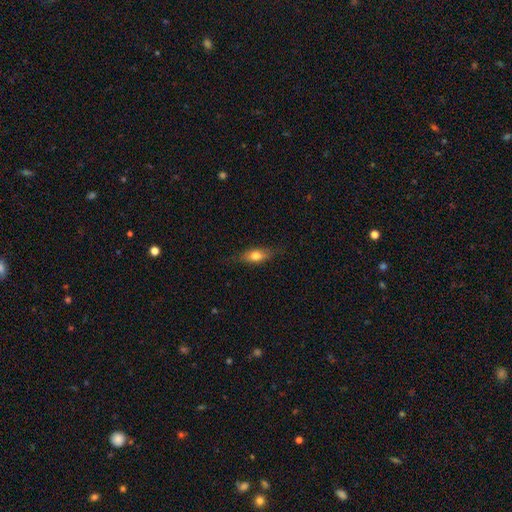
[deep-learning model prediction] Overall: smooth (66%). How rounded: in between (69%). Merging: none (78%).